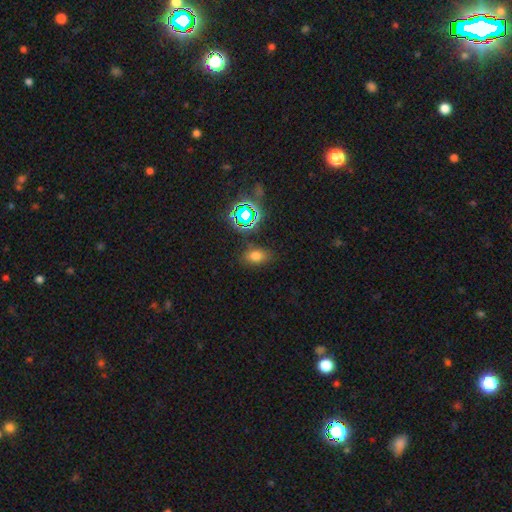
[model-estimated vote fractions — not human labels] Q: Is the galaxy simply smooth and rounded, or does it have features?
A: smooth — 68%.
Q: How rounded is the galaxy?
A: in between — 81%.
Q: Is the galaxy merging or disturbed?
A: none — 82%.